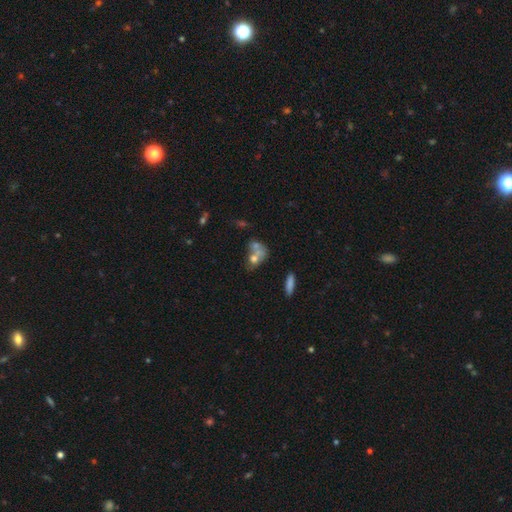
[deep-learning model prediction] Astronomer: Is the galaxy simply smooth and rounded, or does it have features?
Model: smooth — 56%.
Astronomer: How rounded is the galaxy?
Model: in between — 58% (runner-up: round, 39%).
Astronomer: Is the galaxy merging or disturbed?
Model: merger — 56%.